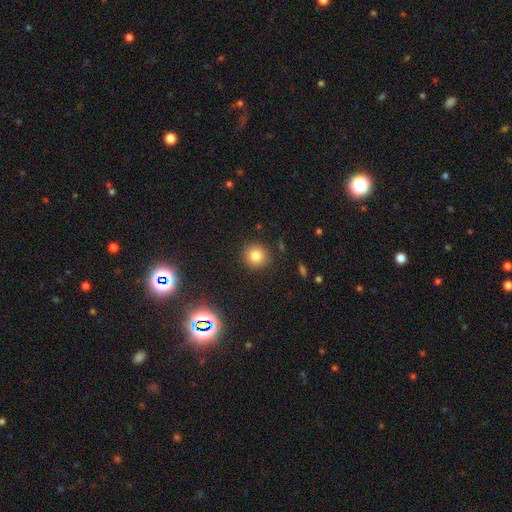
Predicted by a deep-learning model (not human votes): Q: Smooth or featured?
A: smooth (80%); runner-up: star or artifact (13%)
Q: How rounded?
A: round (91%); runner-up: in between (8%)
Q: Merging?
A: none (90%); runner-up: minor disturbance (7%)